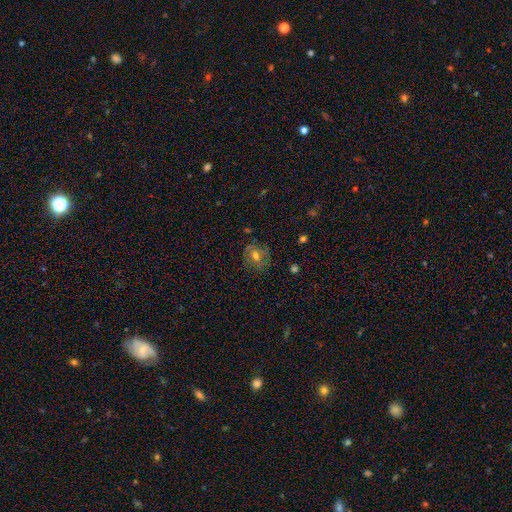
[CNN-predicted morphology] Smooth or featured: smooth — 48% (featured or disk — 39%)
Merging: none — 74% (minor disturbance — 18%)